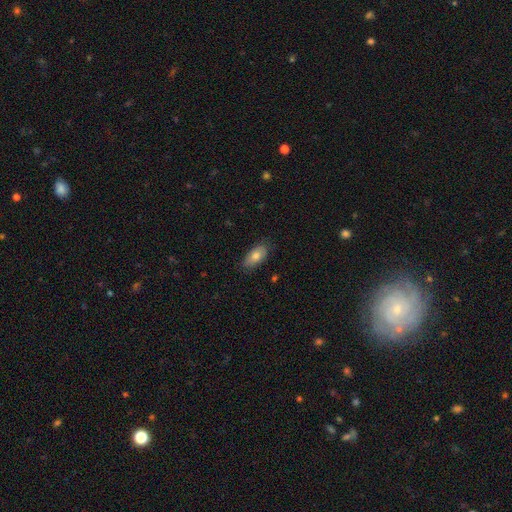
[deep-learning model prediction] This appears to be a smooth galaxy with no disk features (78%) that is in between round and cigar-shaped (89%). Merging: none (83%).